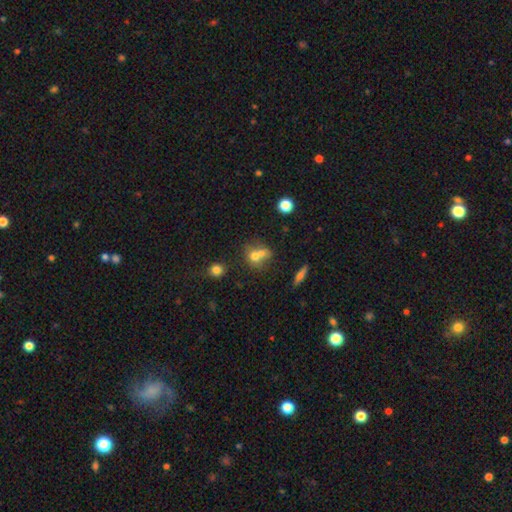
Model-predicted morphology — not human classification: A smooth galaxy with no disk features (66%) that is round (68%). Merging: merger (60%).